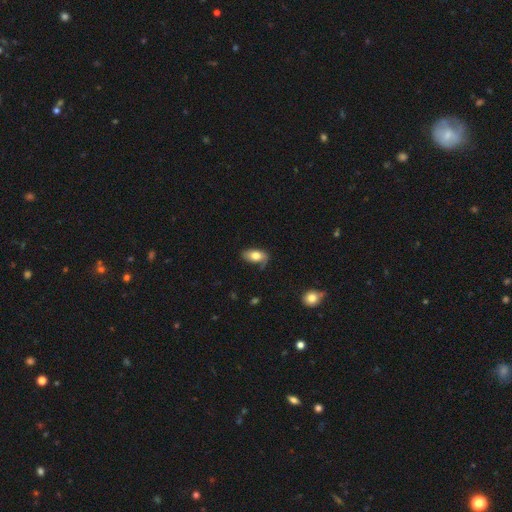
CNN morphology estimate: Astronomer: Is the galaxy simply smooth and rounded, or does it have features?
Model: smooth — 73%.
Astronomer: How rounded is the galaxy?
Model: in between — 92%.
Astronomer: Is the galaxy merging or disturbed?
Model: none — 61%.